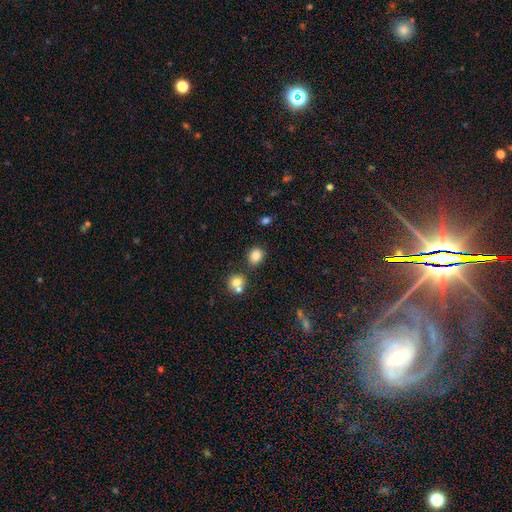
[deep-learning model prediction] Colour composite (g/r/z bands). It shows a smooth galaxy with no disk features (84%) that is round (69%). Merging: none (77%).